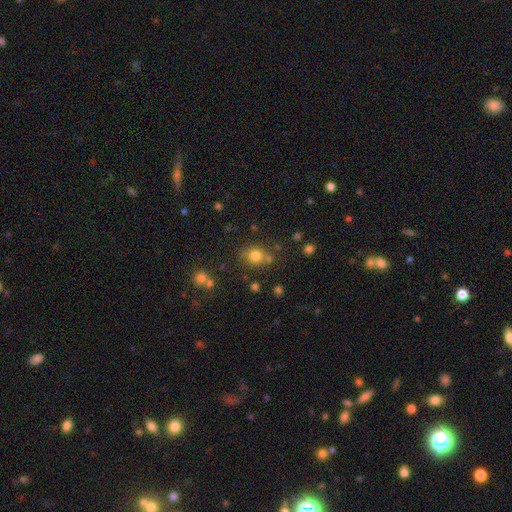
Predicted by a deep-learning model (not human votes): Overall: smooth (78%). How rounded: round (82%). Merging: none (73%).